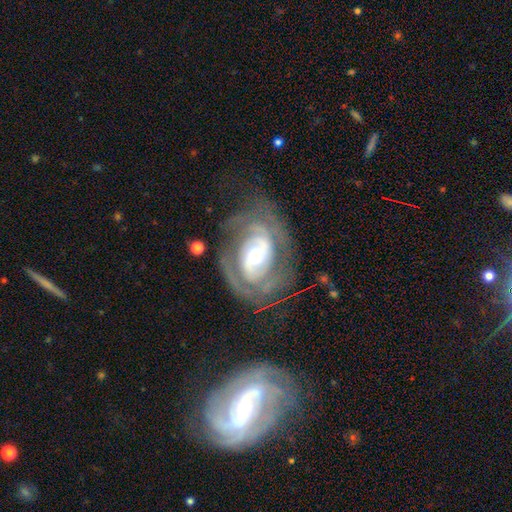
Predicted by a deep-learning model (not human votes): Morphology: type=featured or disk (85%); edge-on=no (96%); bar=no (55%); spiral arms=yes (88%); winding=tight (58%); arm count=2 (46%); bulge=moderate (65%); merging=none (63%).